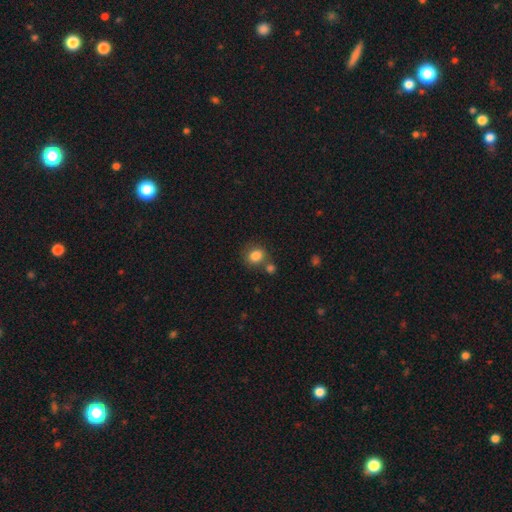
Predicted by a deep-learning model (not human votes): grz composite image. It shows a smooth galaxy with no disk features (84%) that is round (64%). Merging: none (65%).